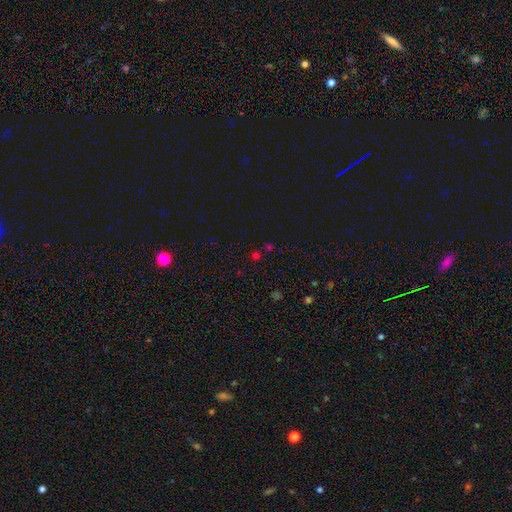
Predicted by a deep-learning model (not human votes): smooth 48%, star or artifact 46%, featured or disk 7%. Down the decision tree: merging — none (72%).